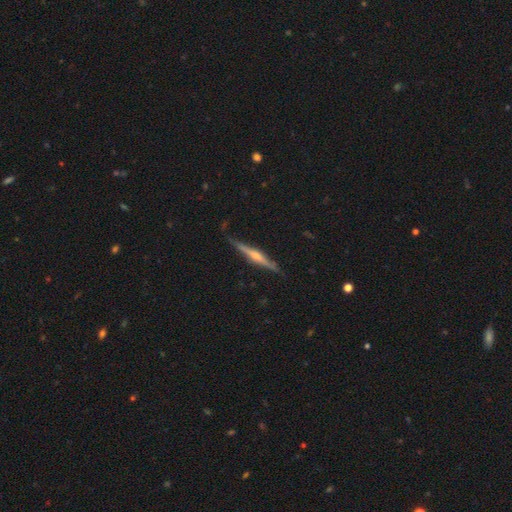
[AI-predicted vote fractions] This is likely a featured or disk galaxy (73%). It is clearly viewed edge-on (98%). Edge-on bulge: likely rounded (73%). Merging: clearly none (85%).